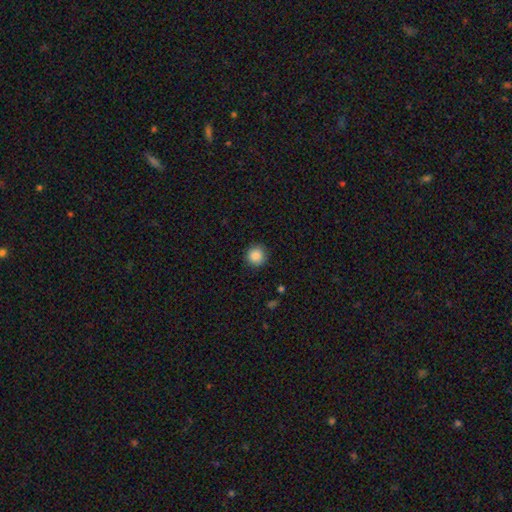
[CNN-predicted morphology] Overall: smooth (88%). How rounded: round (94%). Merging: none (90%).